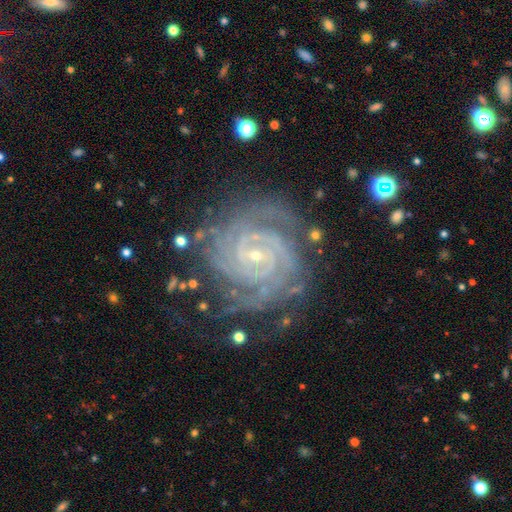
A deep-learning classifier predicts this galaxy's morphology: smooth-or-featured: featured or disk: 92% | star or artifact: 5% | smooth: 3%
  disk-edge-on: no: 98% | yes: 2%
    bar: no: 51% | weak: 34% | strong: 16%
    has-spiral-arms: yes: 99% | no: 1%
      spiral-winding: tight: 84% | medium: 14% | loose: 2%
      spiral-arm-count: 2: 34% | 3: 21% | 4: 17% | can't tell: 13% | more than 4: 9% | 1: 7%
    bulge-size: small: 84% | moderate: 13% | none: 1% | large: 1% | dominant: 1%
  merging: none: 74% | minor disturbance: 17% | major disturbance: 7% | merger: 2%